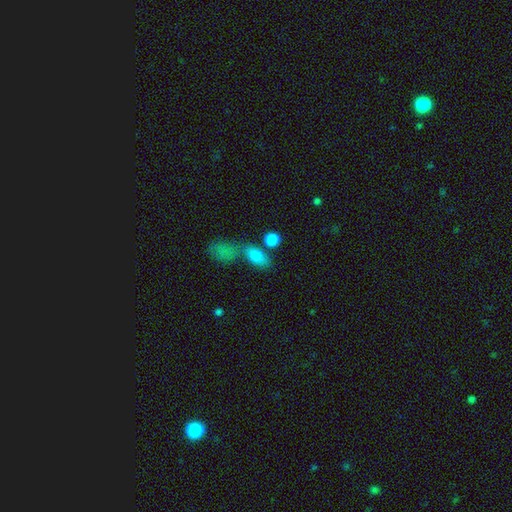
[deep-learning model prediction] Smooth or featured: smooth — 81% (featured or disk — 10%)
How rounded: in between — 74% (round — 18%)
Merging: none — 47% (merger — 30%)